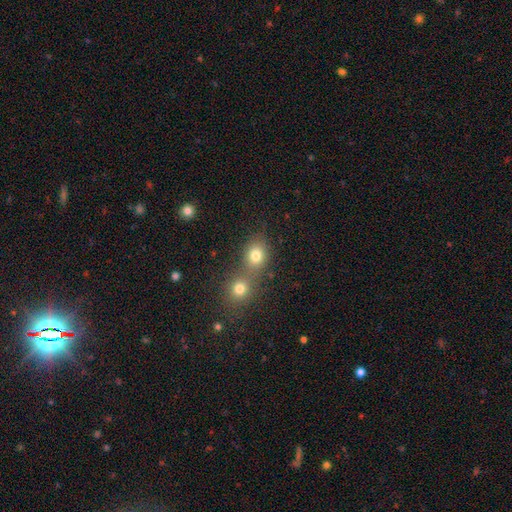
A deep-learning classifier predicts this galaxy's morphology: Smooth or featured: smooth — 78% (star or artifact — 14%)
How rounded: round — 67% (in between — 32%)
Merging: merger — 48% (none — 42%)